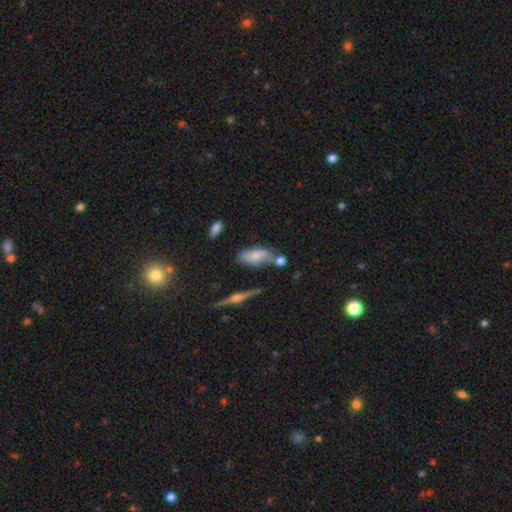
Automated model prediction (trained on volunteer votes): This appears to be a smooth galaxy with no disk features (61%) that is in between round and cigar-shaped (84%). Merging: none (53%).